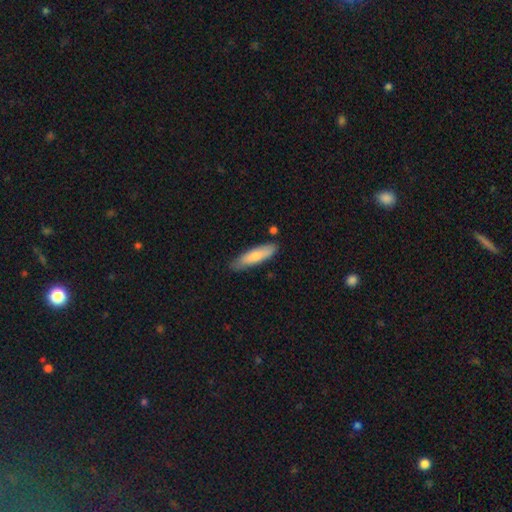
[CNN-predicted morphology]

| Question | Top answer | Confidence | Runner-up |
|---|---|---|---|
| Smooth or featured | smooth | 75% | featured or disk (20%) |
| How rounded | cigar-shaped | 65% | in between (33%) |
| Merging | none | 78% | minor disturbance (16%) |